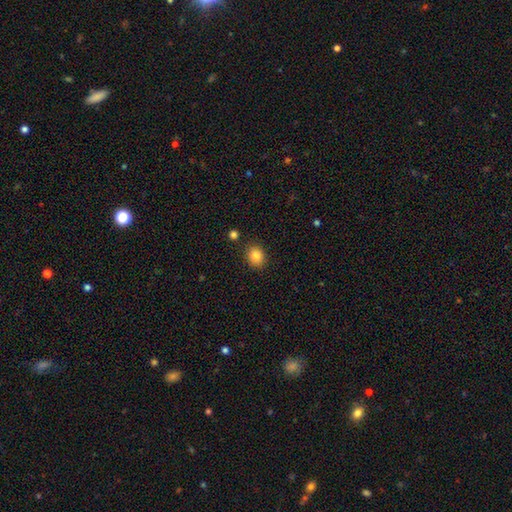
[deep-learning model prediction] Smooth or featured? smooth (85%)
How rounded? round (61%)
Merging? none (86%)